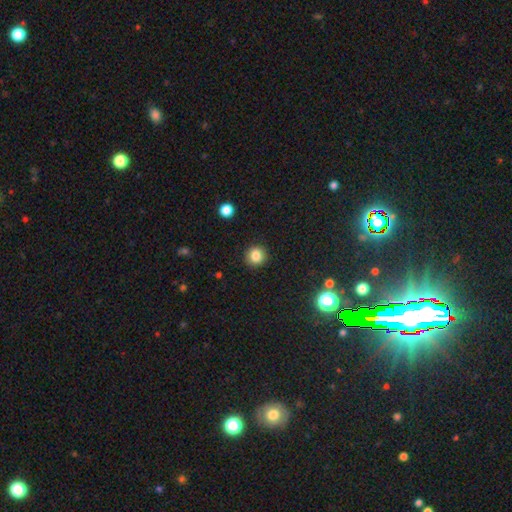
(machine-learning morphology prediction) Smooth or featured?
  - smooth: 84% *
  - star or artifact: 11%
  - featured or disk: 5%
How rounded?
  - round: 92% *
  - in between: 7%
  - cigar-shaped: 1%
Merging?
  - none: 92% *
  - minor disturbance: 5%
  - major disturbance: 2%
  - merger: 1%